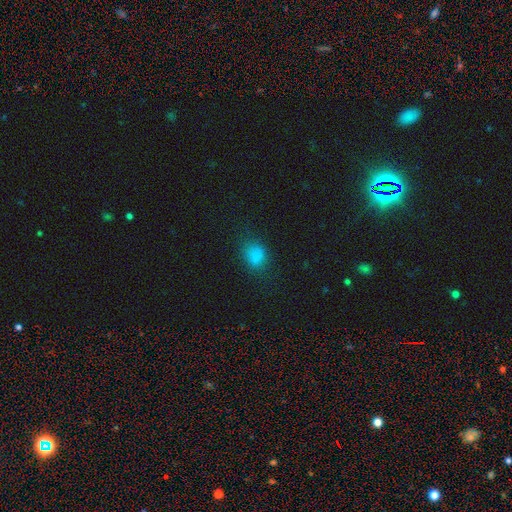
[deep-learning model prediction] Q: Smooth or featured?
A: smooth (78%); runner-up: star or artifact (15%)
Q: How rounded?
A: in between (57%); runner-up: round (41%)
Q: Merging?
A: none (68%); runner-up: minor disturbance (22%)